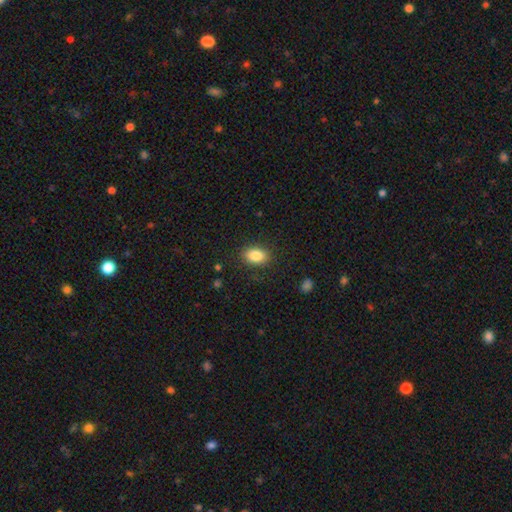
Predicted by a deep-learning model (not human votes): smooth 85%, star or artifact 8%, featured or disk 7%. Down the decision tree: how rounded — in between (84%); merging — none (86%).